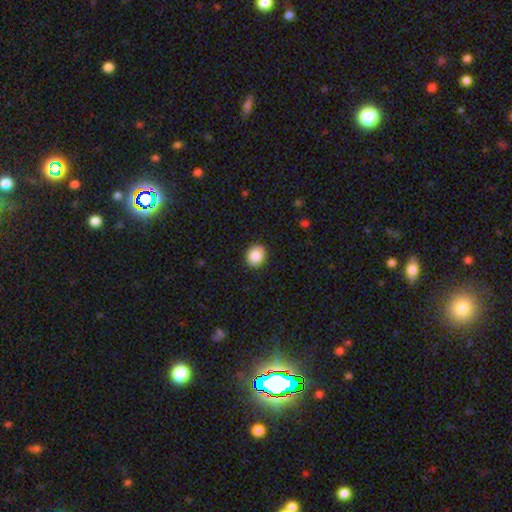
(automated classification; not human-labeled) Morphology: type=smooth (88%); roundness=round (73%); merging=none (90%).